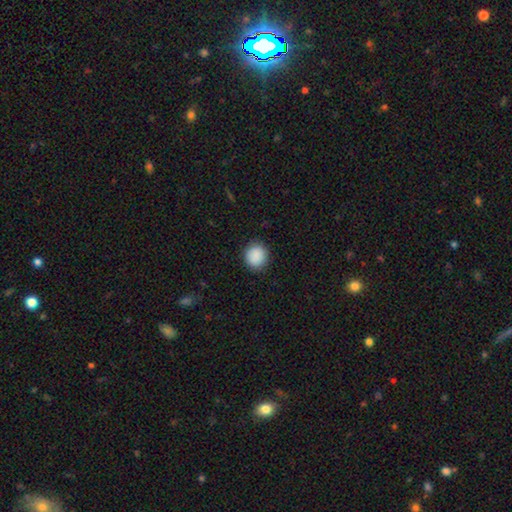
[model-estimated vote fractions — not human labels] Smooth or featured? Predicted: smooth (p=0.90). How rounded? Predicted: round (p=0.87). Merging? Predicted: none (p=0.90).